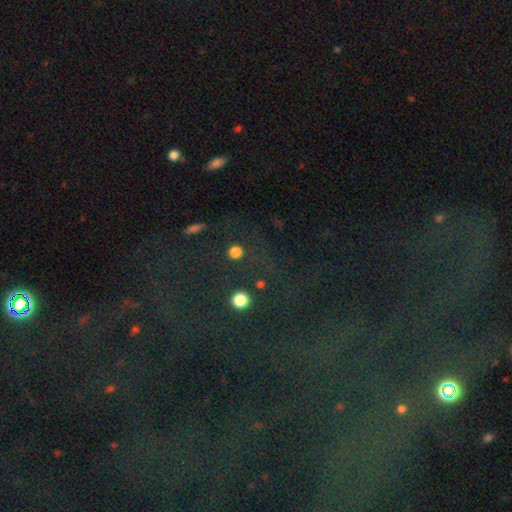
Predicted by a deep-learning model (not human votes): star or artifact 74%, smooth 15%, featured or disk 11%.